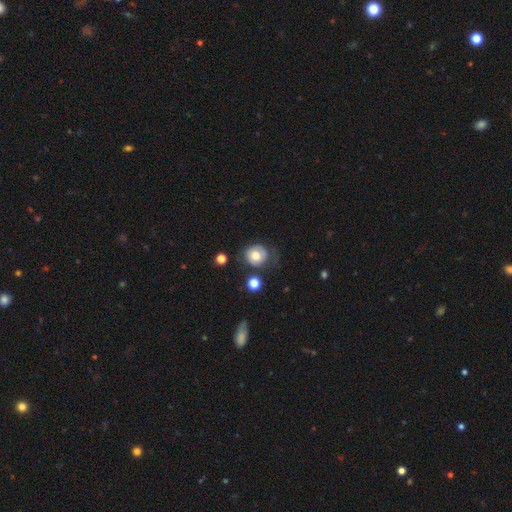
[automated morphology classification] Smooth or featured? Predicted: smooth (p=0.66). How rounded? Predicted: round (p=0.83). Merging? Predicted: none (p=0.60).